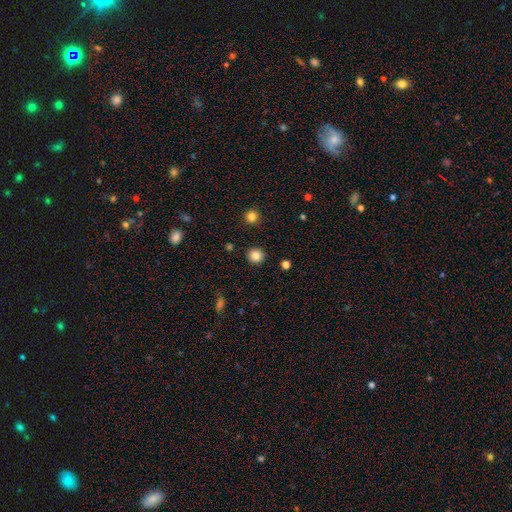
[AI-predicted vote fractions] smooth-or-featured: smooth: 83% | star or artifact: 11% | featured or disk: 5%
  how-rounded: round: 93% | in between: 6% | cigar-shaped: 1%
  merging: none: 92% | minor disturbance: 5% | major disturbance: 2% | merger: 1%